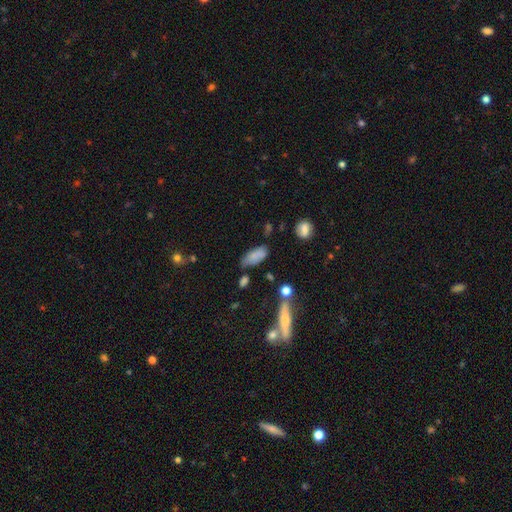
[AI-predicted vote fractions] smooth 77%, featured or disk 14%, star or artifact 9%. Down the decision tree: how rounded — in between (81%); merging — none (59%).